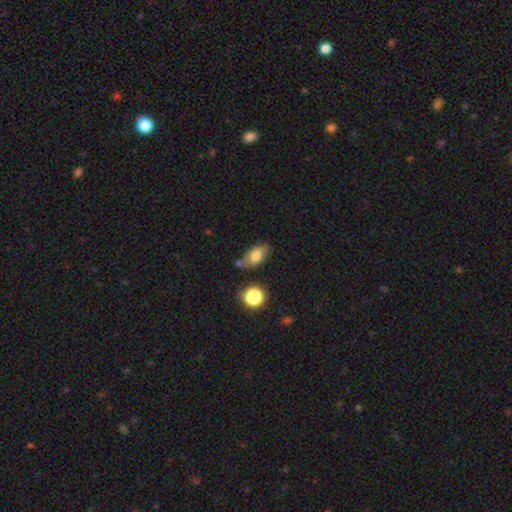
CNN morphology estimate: Smooth or featured: smooth — 73% (featured or disk — 16%)
How rounded: in between — 86% (round — 10%)
Merging: none — 66% (minor disturbance — 19%)